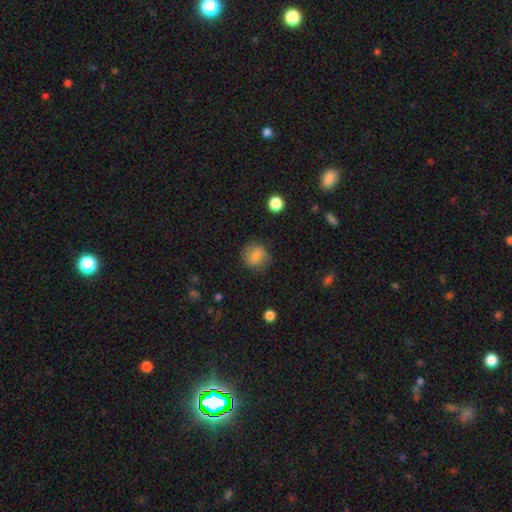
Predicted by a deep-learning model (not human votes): The model was most divided on "smooth or featured": smooth: 75%, featured or disk: 16%, star or artifact: 9%. More confident: how rounded — round (85%); merging — none (84%).